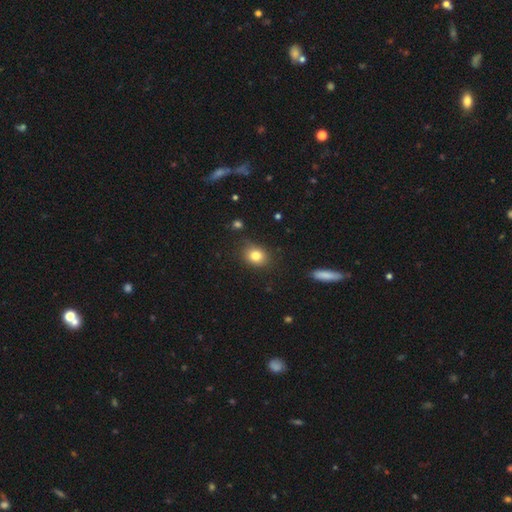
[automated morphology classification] A smooth galaxy with no disk features (81%) that is round (53%). Merging: none (79%).